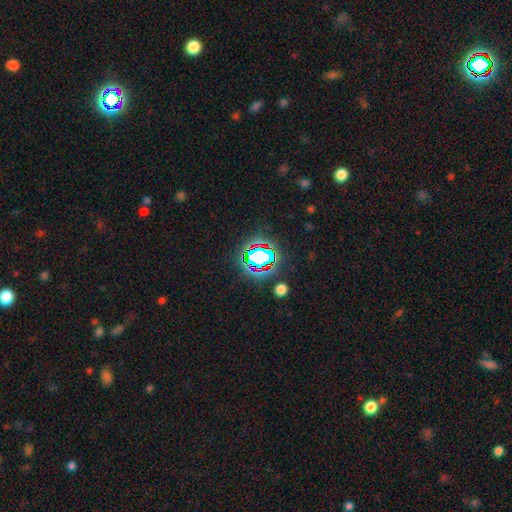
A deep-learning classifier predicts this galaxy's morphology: This appears to be a star or artifact, not a galaxy (79%).